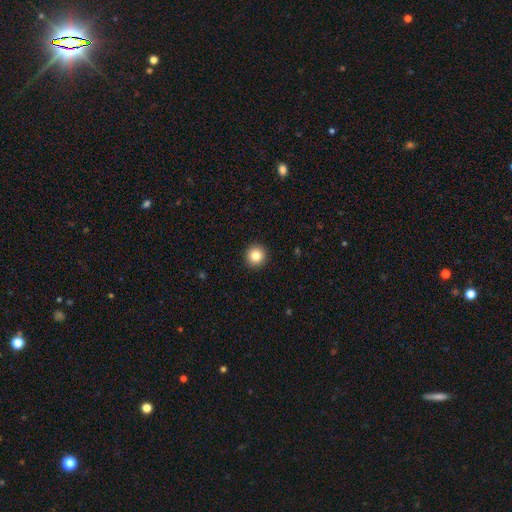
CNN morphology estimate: type=smooth (83%); roundness=round (95%); merging=none (93%).